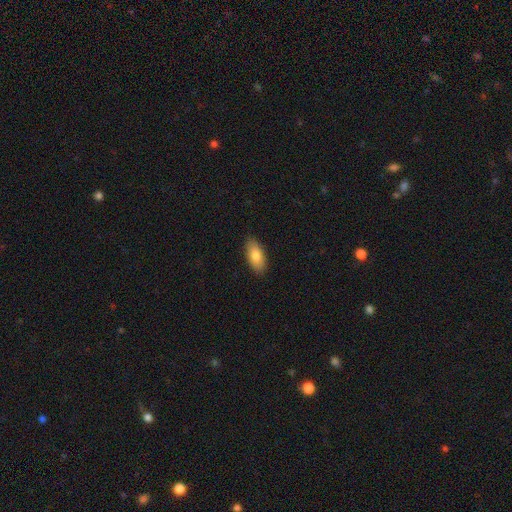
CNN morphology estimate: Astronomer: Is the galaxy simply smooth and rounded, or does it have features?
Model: smooth — 82%.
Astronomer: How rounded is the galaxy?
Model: in between — 89%.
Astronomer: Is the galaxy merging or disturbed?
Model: none — 88%.